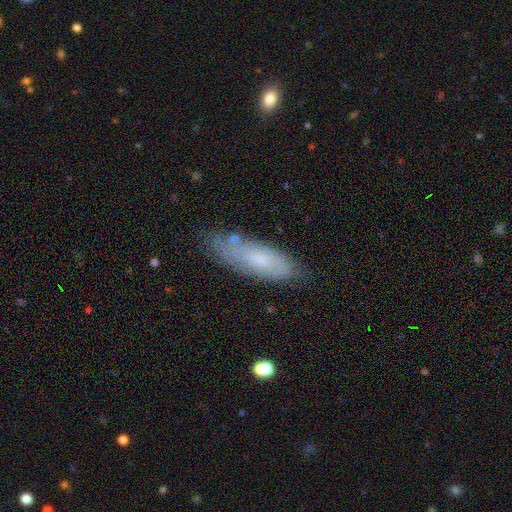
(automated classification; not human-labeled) The model was most divided on "smooth or featured": smooth: 49%, featured or disk: 41%, star or artifact: 10%. More confident: merging — none (72%).